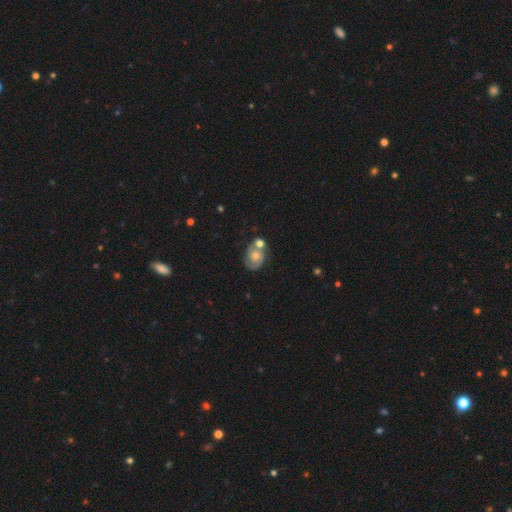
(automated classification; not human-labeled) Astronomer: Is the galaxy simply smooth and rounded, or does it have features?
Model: featured or disk — 57% (runner-up: smooth, 34%).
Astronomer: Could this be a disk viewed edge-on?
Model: no — 97%.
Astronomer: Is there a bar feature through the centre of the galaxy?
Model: no — 80%.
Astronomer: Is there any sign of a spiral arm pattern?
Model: yes — 79%.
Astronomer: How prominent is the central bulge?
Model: moderate — 56%.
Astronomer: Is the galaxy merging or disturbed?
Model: none — 47% (runner-up: merger, 30%).